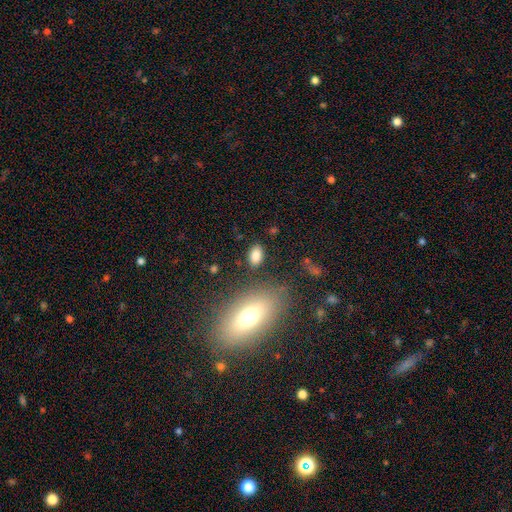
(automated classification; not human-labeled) Q: Smooth or featured?
A: smooth (82%); runner-up: star or artifact (10%)
Q: How rounded?
A: in between (89%); runner-up: round (9%)
Q: Merging?
A: none (83%); runner-up: minor disturbance (10%)